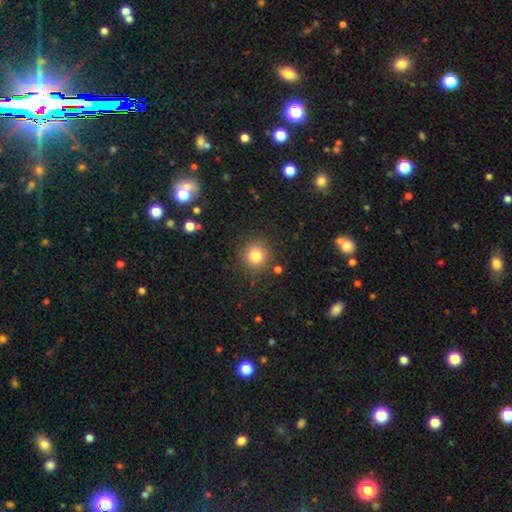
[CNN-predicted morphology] A smooth galaxy with no disk features (81%) that is round (93%).

Vote fractions:
- Smooth or featured? smooth: 81% / star or artifact: 12% / featured or disk: 7%
- How rounded? round: 93% / in between: 6% / cigar-shaped: 1%
- Merging? none: 88% / minor disturbance: 7% / major disturbance: 3% / merger: 3%